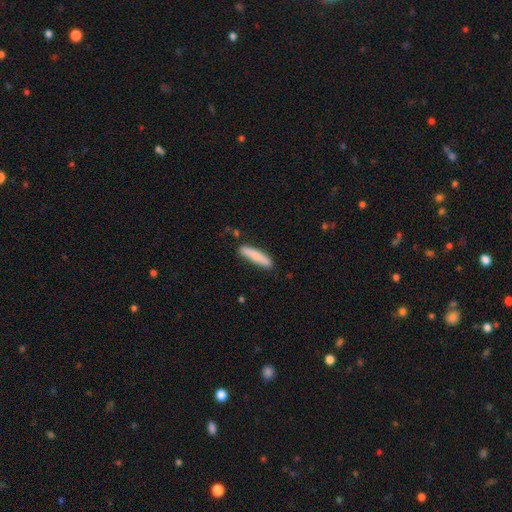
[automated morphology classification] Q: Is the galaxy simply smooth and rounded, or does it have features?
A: smooth — 82%.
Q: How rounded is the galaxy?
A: cigar-shaped — 83%.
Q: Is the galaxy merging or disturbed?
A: none — 84%.